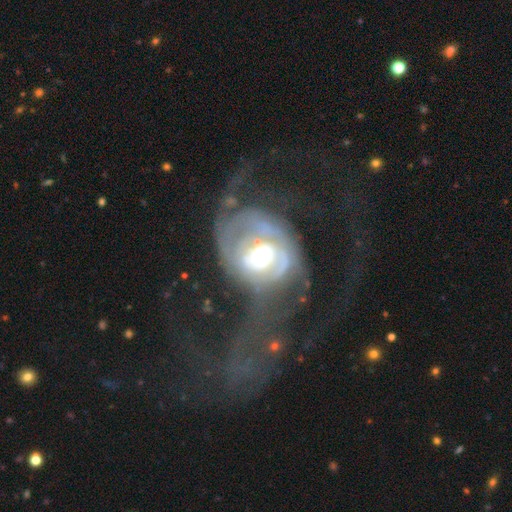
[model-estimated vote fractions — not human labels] This appears to be a featured or disk galaxy (74%) with no bar (60%), spiral arms (63%) and a moderate central bulge (61%). Merging: major disturbance (65%).